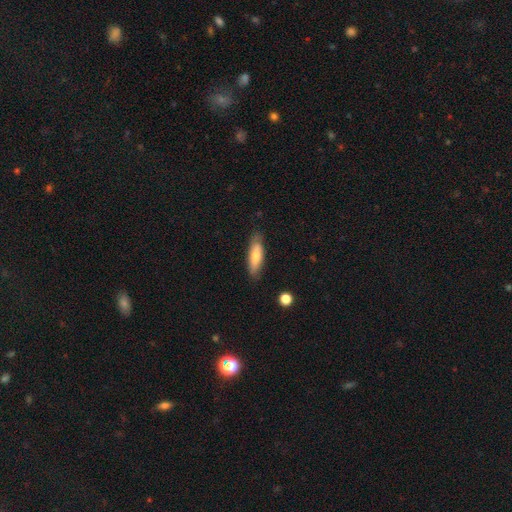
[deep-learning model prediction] The model was most divided on "how rounded": cigar-shaped: 54%, in between: 45%, round: 2%. More confident: merging — none (79%); smooth or featured — smooth (69%).